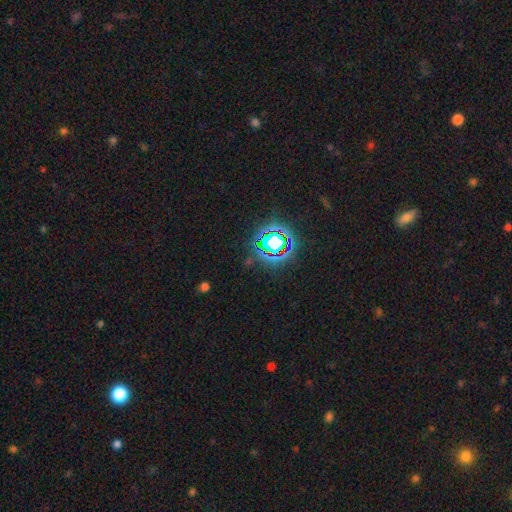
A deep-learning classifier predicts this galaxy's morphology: Overall: star or artifact (79%).